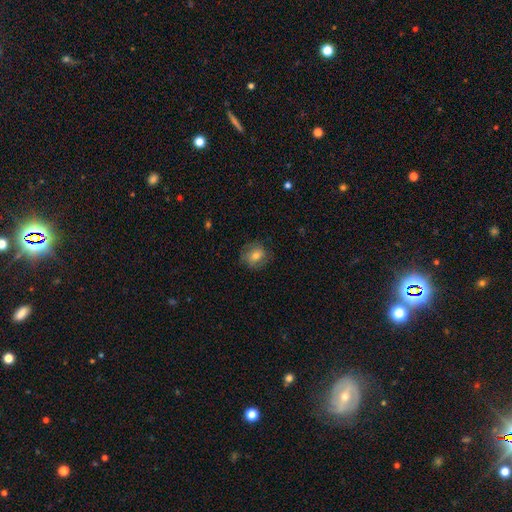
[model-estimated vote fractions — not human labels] A smooth galaxy with no disk features (62%) that is round (69%).

Vote fractions:
- Smooth or featured? smooth: 62% / featured or disk: 30% / star or artifact: 9%
- How rounded? round: 69% / in between: 29% / cigar-shaped: 1%
- Merging? none: 77% / minor disturbance: 16% / major disturbance: 6% / merger: 1%